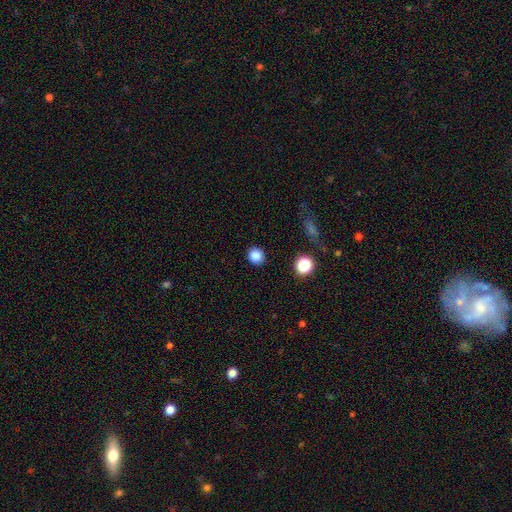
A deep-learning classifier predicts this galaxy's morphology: Smooth or featured? smooth (85%)
How rounded? round (89%)
Merging? none (90%)